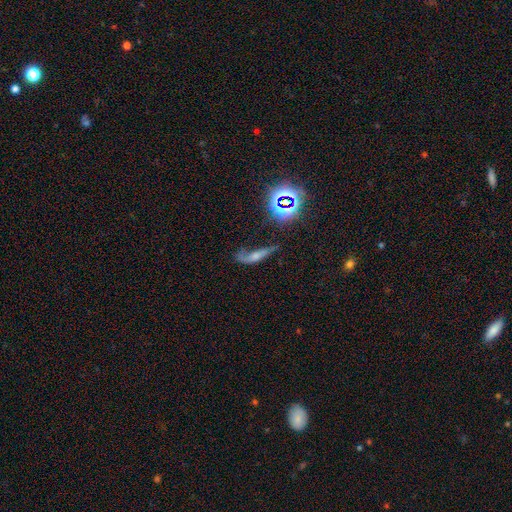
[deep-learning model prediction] A featured or disk galaxy (49%). Merging: none (40%).